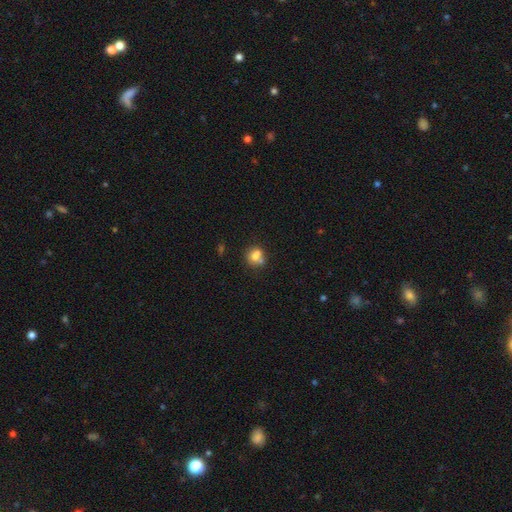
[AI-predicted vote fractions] Overall: smooth (73%). How rounded: round (71%). Merging: none (47%; merger 36%).